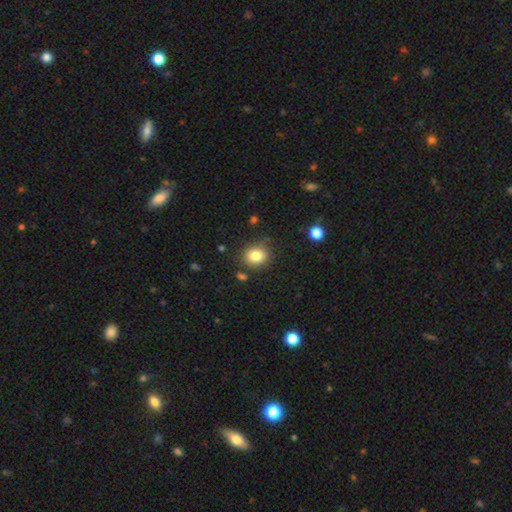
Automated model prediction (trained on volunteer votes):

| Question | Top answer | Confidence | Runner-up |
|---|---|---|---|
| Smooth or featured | smooth | 83% | star or artifact (10%) |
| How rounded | round | 65% | in between (34%) |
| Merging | none | 82% | minor disturbance (11%) |